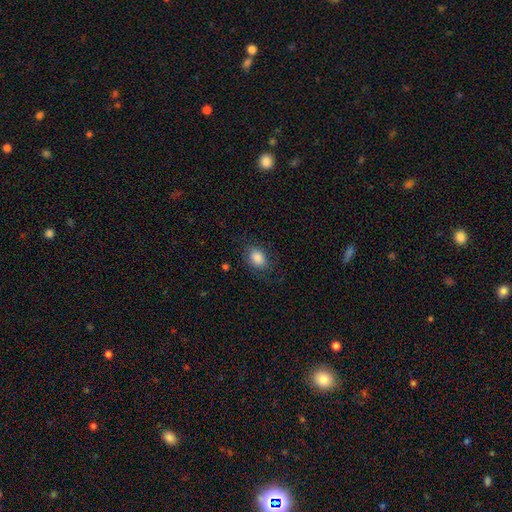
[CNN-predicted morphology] A smooth galaxy with no disk features (84%) that is in between round and cigar-shaped (72%).

Vote fractions:
- Smooth or featured? smooth: 84% / star or artifact: 9% / featured or disk: 7%
- How rounded? in between: 72% / round: 27% / cigar-shaped: 1%
- Merging? none: 78% / minor disturbance: 15% / major disturbance: 6% / merger: 1%